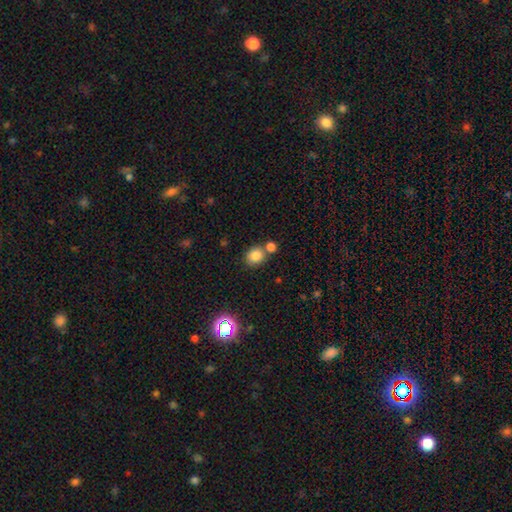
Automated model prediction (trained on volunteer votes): Overall: smooth (82%). How rounded: round (75%). Merging: none (64%).